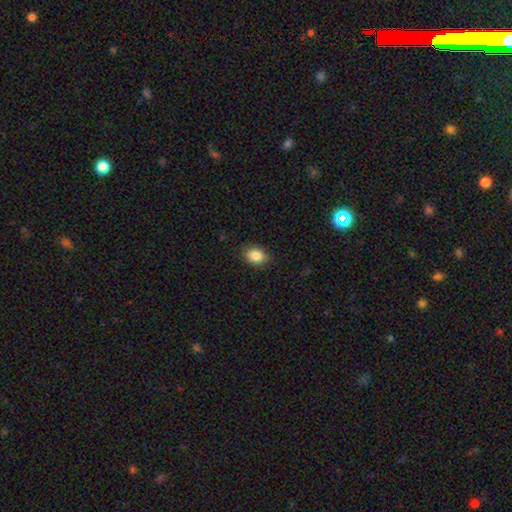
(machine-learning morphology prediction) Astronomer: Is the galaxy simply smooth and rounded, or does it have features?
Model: smooth — 87%.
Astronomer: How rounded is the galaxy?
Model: in between — 63%.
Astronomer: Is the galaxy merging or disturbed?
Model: none — 88%.